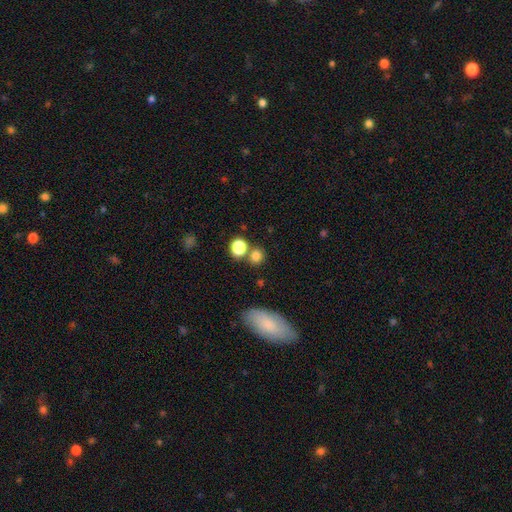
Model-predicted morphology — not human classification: Smooth or featured? smooth (80%)
How rounded? round (77%)
Merging? none (66%)